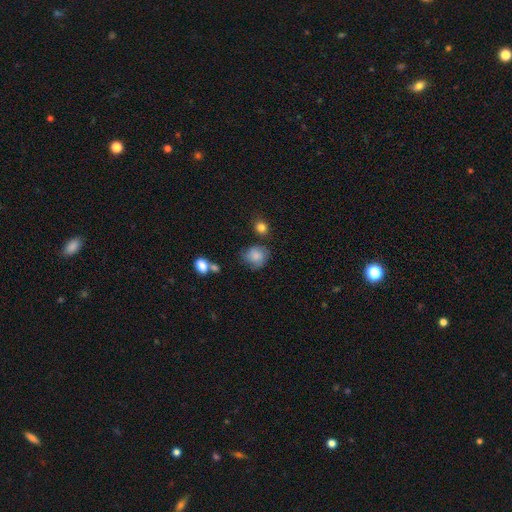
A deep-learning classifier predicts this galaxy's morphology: The model was most divided on "merging": none: 59%, minor disturbance: 26%, major disturbance: 10%, merger: 5%. More confident: how rounded — round (75%); smooth or featured — smooth (71%).